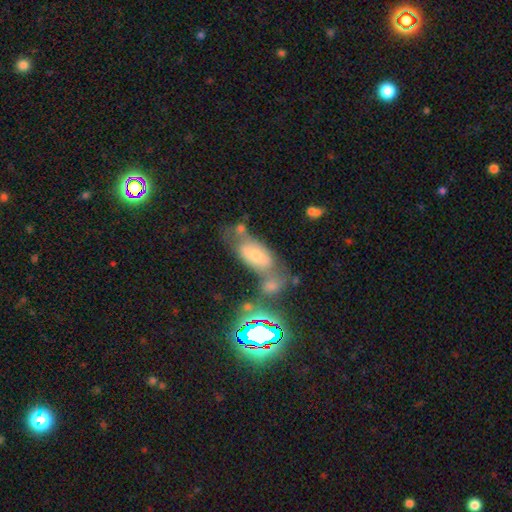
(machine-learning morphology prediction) smooth-or-featured: smooth: 56% | featured or disk: 26% | star or artifact: 18%
  how-rounded: in between: 87% | cigar-shaped: 8% | round: 5%
  merging: none: 36% (tied) | merger: 36% (tied) | minor disturbance: 17% | major disturbance: 11%